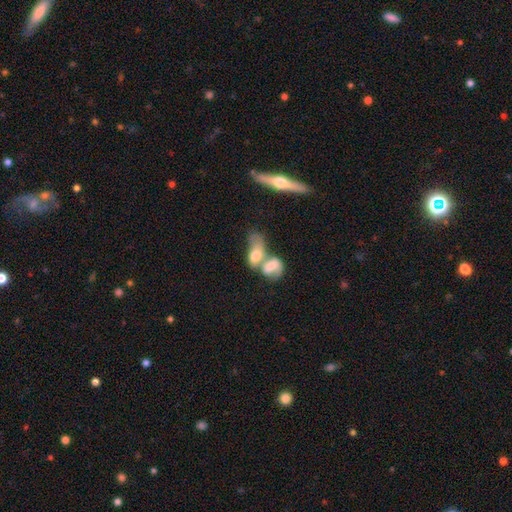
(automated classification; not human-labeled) Q: Smooth or featured?
A: smooth (61%); runner-up: featured or disk (30%)
Q: How rounded?
A: in between (83%); runner-up: round (10%)
Q: Merging?
A: merger (73%); runner-up: none (13%)